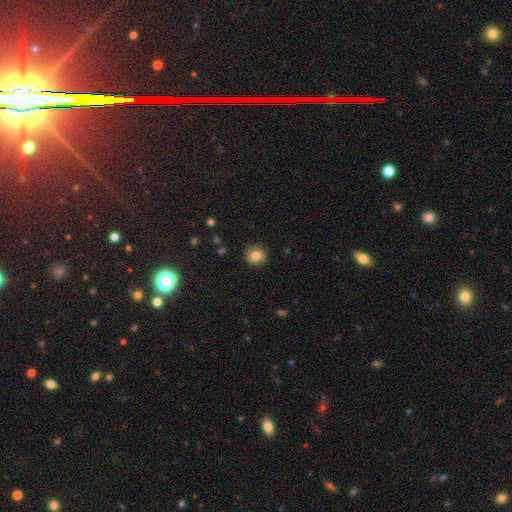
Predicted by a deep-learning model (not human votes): Smooth or featured? Predicted: smooth (p=0.81). How rounded? Predicted: round (p=0.77). Merging? Predicted: none (p=0.86).